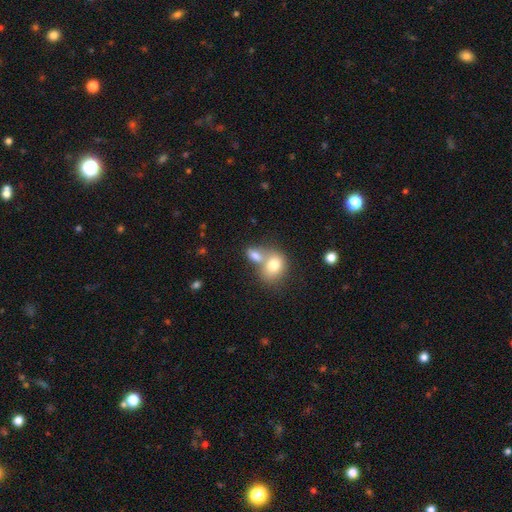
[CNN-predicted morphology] Smooth or featured: smooth — 78% (featured or disk — 13%)
How rounded: in between — 69% (round — 29%)
Merging: merger — 62% (none — 26%)